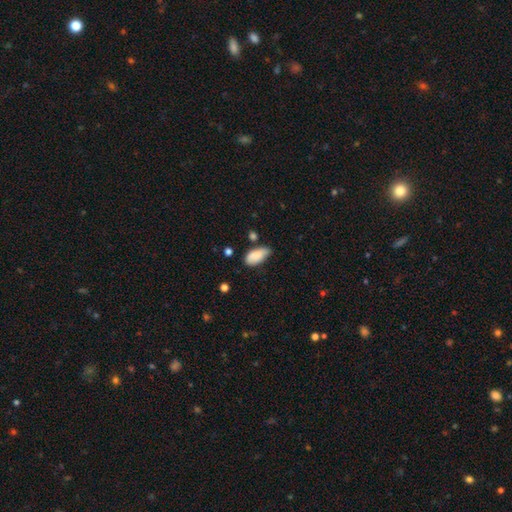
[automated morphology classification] A smooth galaxy with no disk features (85%) that is in between round and cigar-shaped (91%).

Vote fractions:
- Smooth or featured? smooth: 85% / featured or disk: 8% / star or artifact: 7%
- How rounded? in between: 91% / cigar-shaped: 6% / round: 3%
- Merging? none: 48% / minor disturbance: 39% / major disturbance: 8% / merger: 5%